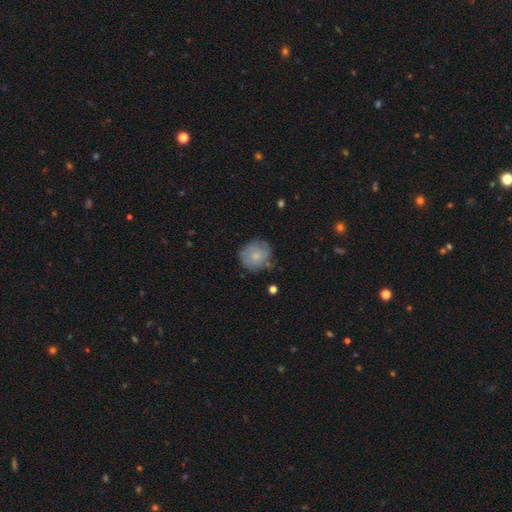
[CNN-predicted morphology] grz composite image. It shows a smooth galaxy with no disk features (66%) that is round (88%). Merging: none (72%).